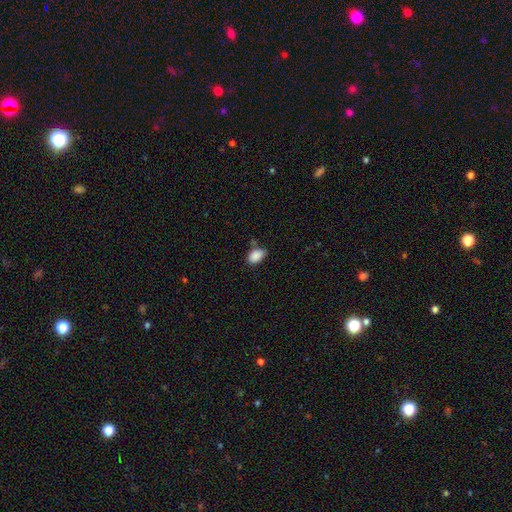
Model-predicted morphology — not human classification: Smooth or featured: smooth — 88% (star or artifact — 8%)
How rounded: in between — 89% (round — 10%)
Merging: none — 65% (minor disturbance — 24%)